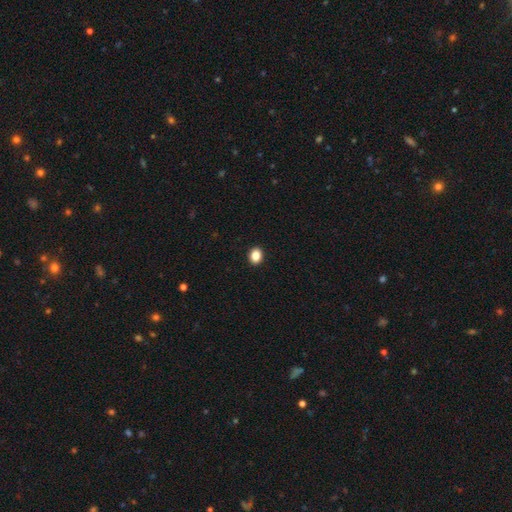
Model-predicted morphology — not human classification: type=smooth (86%); roundness=in between (51%); merging=none (93%).